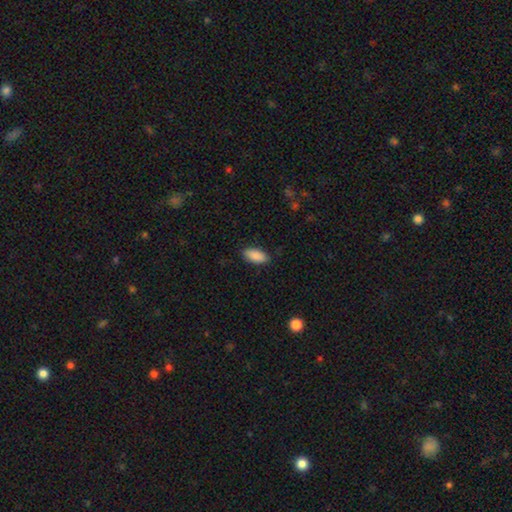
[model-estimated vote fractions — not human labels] smooth_or_featured: smooth (p=0.90) [alt: star or artifact p=0.06]
how_rounded: in between (p=0.89) [alt: cigar-shaped p=0.09]
merging: none (p=0.86) [alt: minor disturbance p=0.10]